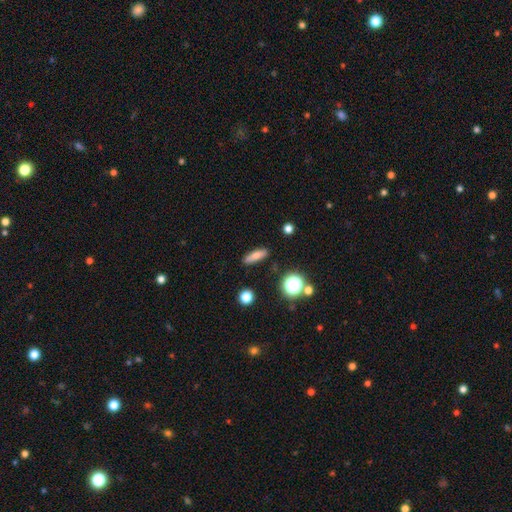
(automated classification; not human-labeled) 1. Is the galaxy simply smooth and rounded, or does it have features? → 76% smooth, 12% featured or disk, 12% star or artifact.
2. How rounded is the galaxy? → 56% cigar-shaped, 37% in between, 7% round.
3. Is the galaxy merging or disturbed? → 87% none, 9% minor disturbance, 2% major disturbance, 2% merger.